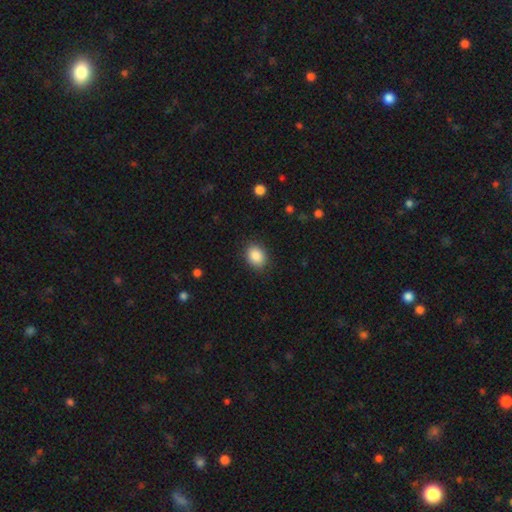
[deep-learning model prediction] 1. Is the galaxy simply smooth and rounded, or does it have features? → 88% smooth, 8% star or artifact, 4% featured or disk.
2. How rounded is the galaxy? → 56% in between, 44% round, 1% cigar-shaped.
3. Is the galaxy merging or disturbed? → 87% none, 9% minor disturbance, 3% major disturbance, 1% merger.